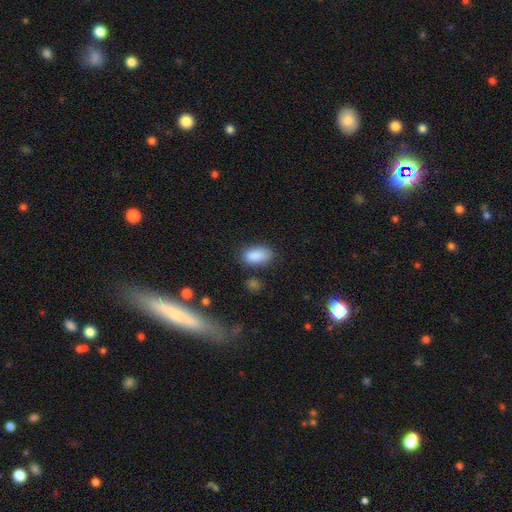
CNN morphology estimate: smooth-or-featured: smooth: 88% | star or artifact: 8% | featured or disk: 4%
  how-rounded: in between: 92% | round: 5% | cigar-shaped: 3%
  merging: none: 78% | minor disturbance: 15% | major disturbance: 4% | merger: 3%